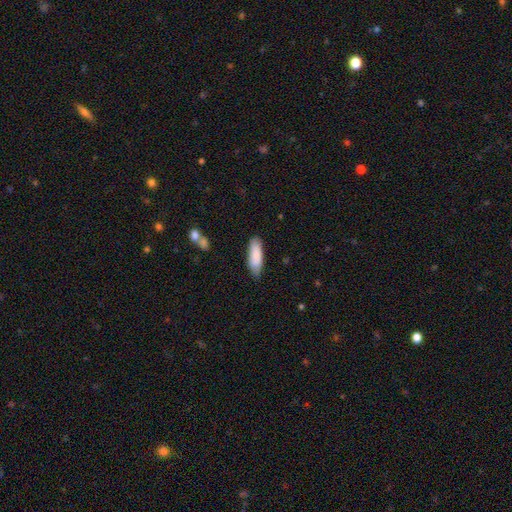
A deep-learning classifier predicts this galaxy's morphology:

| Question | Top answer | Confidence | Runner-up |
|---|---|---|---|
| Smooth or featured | smooth | 86% | featured or disk (8%) |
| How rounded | in between | 59% | cigar-shaped (39%) |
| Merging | none | 81% | minor disturbance (15%) |